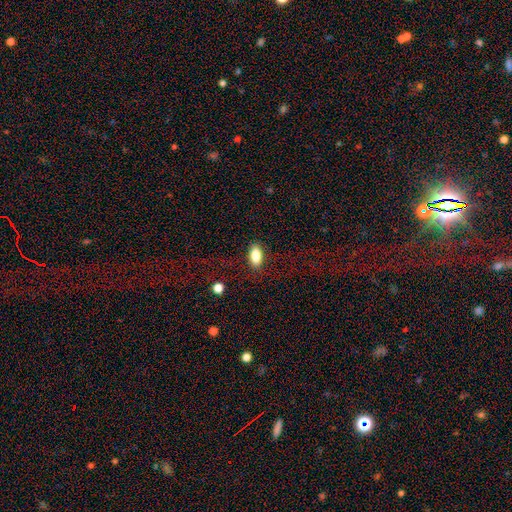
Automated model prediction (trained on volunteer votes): Smooth or featured?
  - smooth: 84% *
  - featured or disk: 8%
  - star or artifact: 8%
How rounded?
  - in between: 89% *
  - cigar-shaped: 7%
  - round: 4%
Merging?
  - none: 85% *
  - minor disturbance: 10%
  - major disturbance: 4%
  - merger: 1%